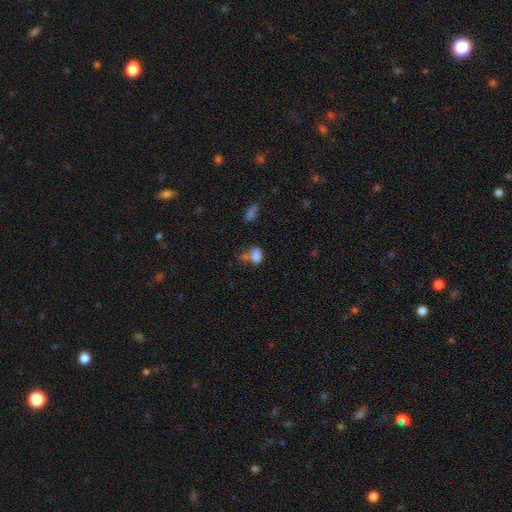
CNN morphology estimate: Smooth or featured?
  - smooth: 80% *
  - star or artifact: 12%
  - featured or disk: 9%
How rounded?
  - in between: 78% *
  - round: 21%
  - cigar-shaped: 2%
Merging?
  - none: 36% *
  - merger: 35%
  - minor disturbance: 18%
  - major disturbance: 11%